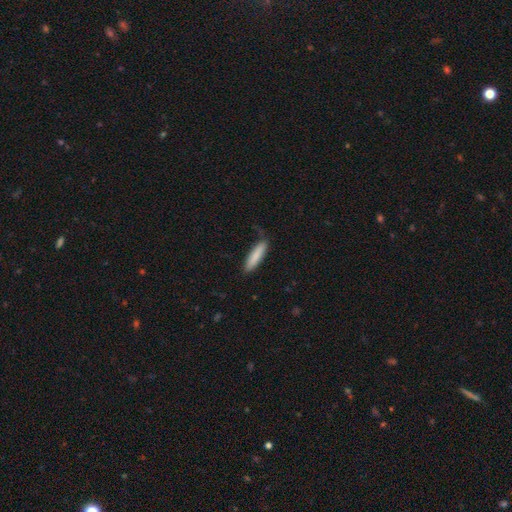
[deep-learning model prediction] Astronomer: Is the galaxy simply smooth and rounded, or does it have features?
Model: smooth — 84%.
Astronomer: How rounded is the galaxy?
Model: cigar-shaped — 77%.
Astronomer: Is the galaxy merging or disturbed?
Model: none — 77%.